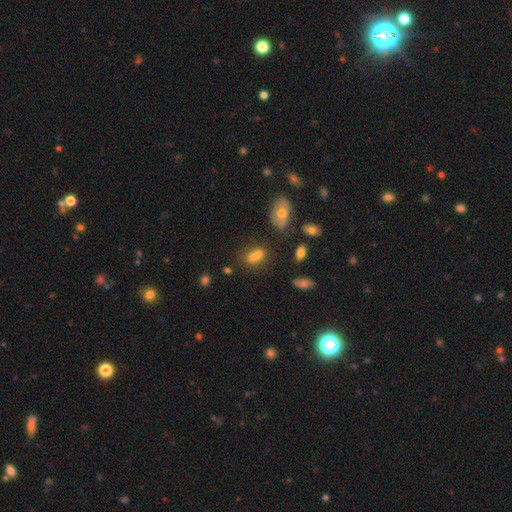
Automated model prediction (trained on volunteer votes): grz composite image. It shows a smooth galaxy with no disk features (71%) that is in between round and cigar-shaped (73%). Merging: none (41%).